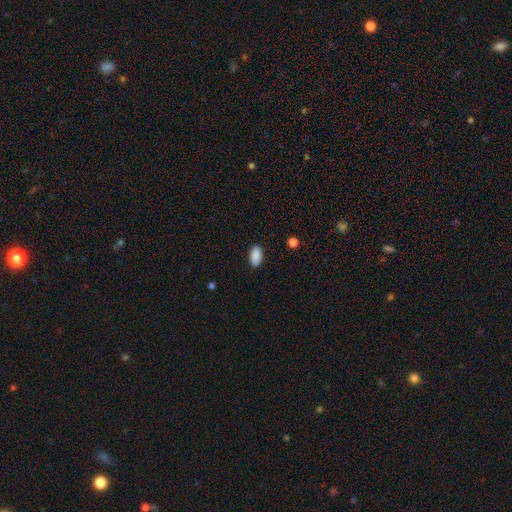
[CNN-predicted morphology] Smooth or featured?
  - smooth: 90% *
  - star or artifact: 7%
  - featured or disk: 3%
How rounded?
  - in between: 94% *
  - round: 4%
  - cigar-shaped: 2%
Merging?
  - none: 88% *
  - minor disturbance: 8%
  - major disturbance: 2%
  - merger: 1%